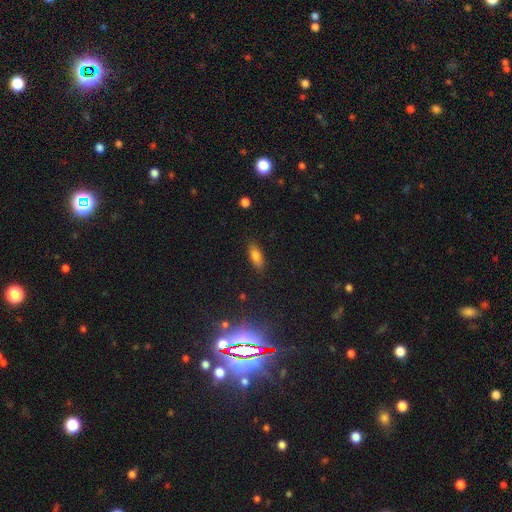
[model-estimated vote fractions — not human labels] Morphology: type=smooth (79%); roundness=in between (79%); merging=none (86%).